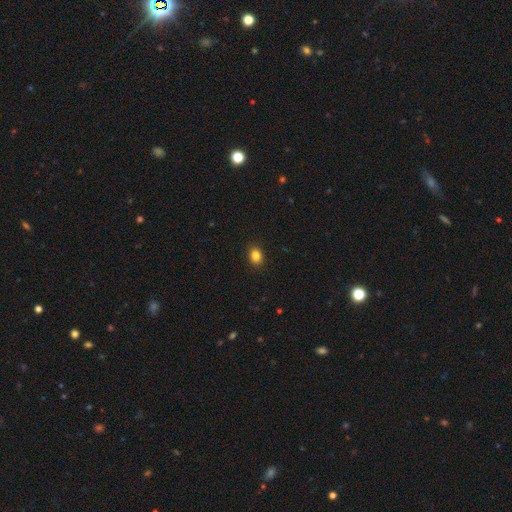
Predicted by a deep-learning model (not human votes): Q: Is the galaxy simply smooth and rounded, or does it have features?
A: smooth — 84%.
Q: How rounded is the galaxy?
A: in between — 59%.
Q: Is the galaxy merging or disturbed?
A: none — 90%.